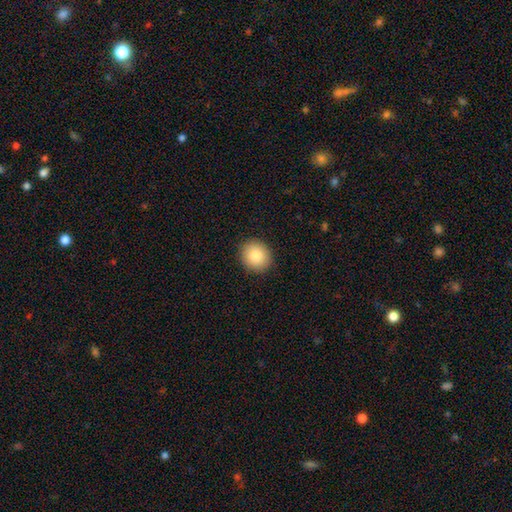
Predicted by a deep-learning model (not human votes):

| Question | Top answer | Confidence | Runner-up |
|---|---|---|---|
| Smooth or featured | smooth | 86% | star or artifact (8%) |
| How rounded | round | 78% | in between (22%) |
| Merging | none | 91% | minor disturbance (7%) |